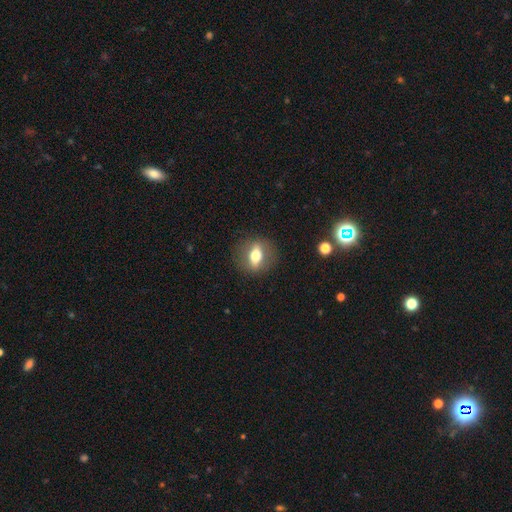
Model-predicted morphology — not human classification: smooth 52%, featured or disk 39%, star or artifact 9%. Down the decision tree: how rounded — in between (57%); merging — none (85%).